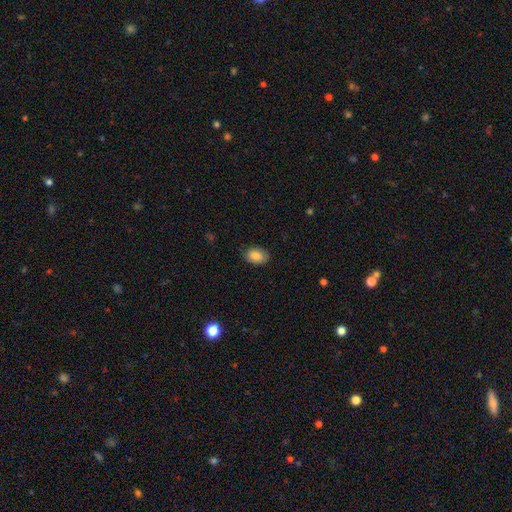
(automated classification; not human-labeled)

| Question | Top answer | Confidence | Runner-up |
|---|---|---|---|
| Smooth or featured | smooth | 86% | star or artifact (7%) |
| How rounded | in between | 85% | round (14%) |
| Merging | none | 84% | minor disturbance (12%) |